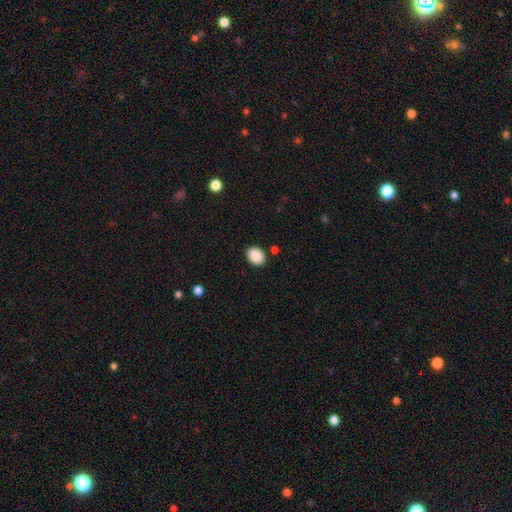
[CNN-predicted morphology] Smooth or featured?
  - smooth: 89% *
  - star or artifact: 8%
  - featured or disk: 3%
How rounded?
  - in between: 56% *
  - round: 43%
  - cigar-shaped: 1%
Merging?
  - none: 88% *
  - minor disturbance: 8%
  - merger: 2%
  - major disturbance: 2%